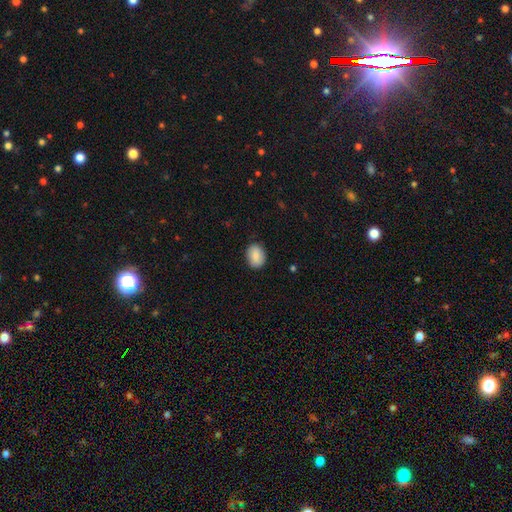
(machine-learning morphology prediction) smooth 87%, star or artifact 7%, featured or disk 7%. Down the decision tree: how rounded — in between (71%); merging — none (86%).